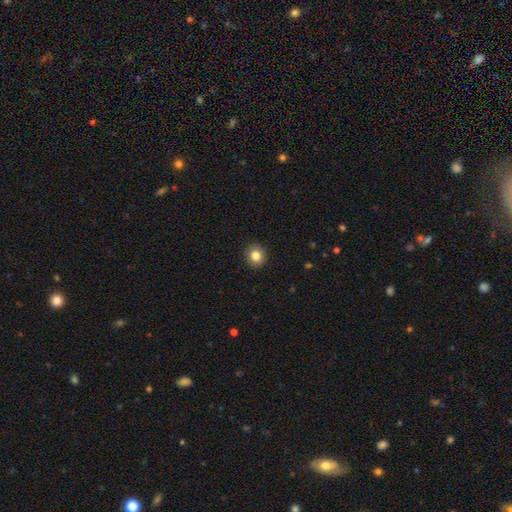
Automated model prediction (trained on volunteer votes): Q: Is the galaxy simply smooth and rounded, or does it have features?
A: smooth — 84%.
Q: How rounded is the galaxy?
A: round — 81%.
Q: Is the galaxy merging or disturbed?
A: none — 91%.